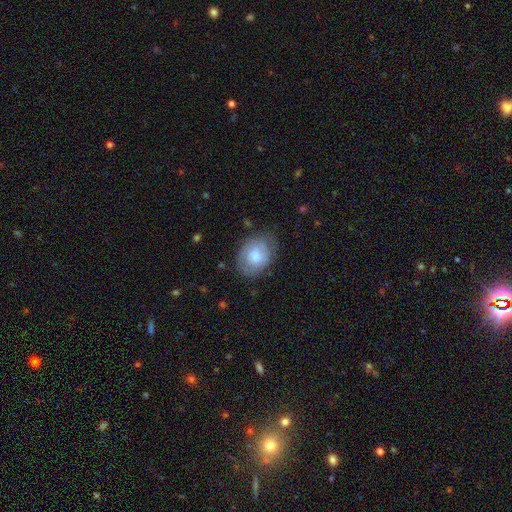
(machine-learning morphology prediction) Smooth or featured: smooth — 66% (featured or disk — 27%)
How rounded: in between — 61% (round — 38%)
Merging: none — 67% (minor disturbance — 23%)